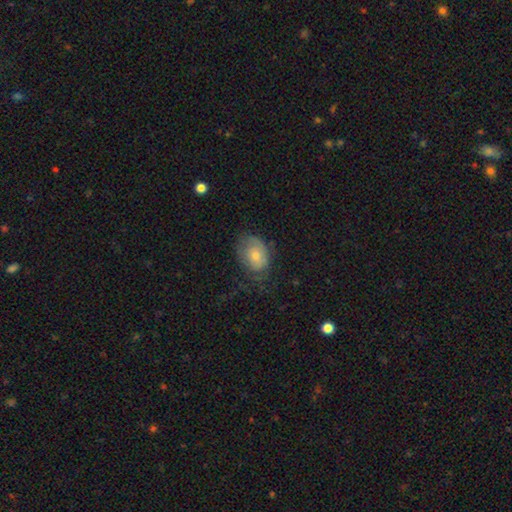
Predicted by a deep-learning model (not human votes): The model was most divided on "merging": none: 51%, minor disturbance: 29%, major disturbance: 18%, merger: 1%. More confident: how rounded — in between (74%); smooth or featured — smooth (61%).